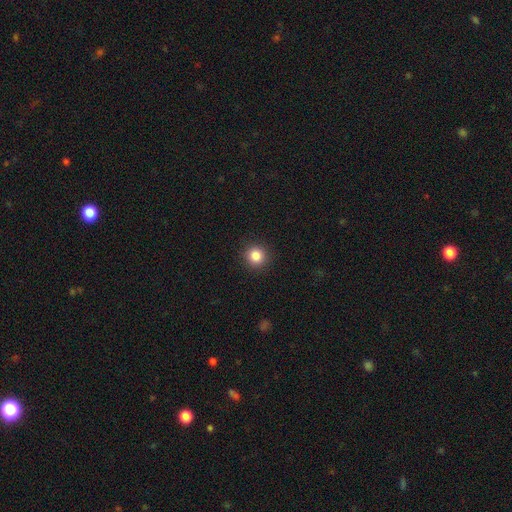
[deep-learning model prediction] The model was most divided on "smooth or featured": smooth: 85%, star or artifact: 11%, featured or disk: 4%. More confident: how rounded — round (94%); merging — none (92%).